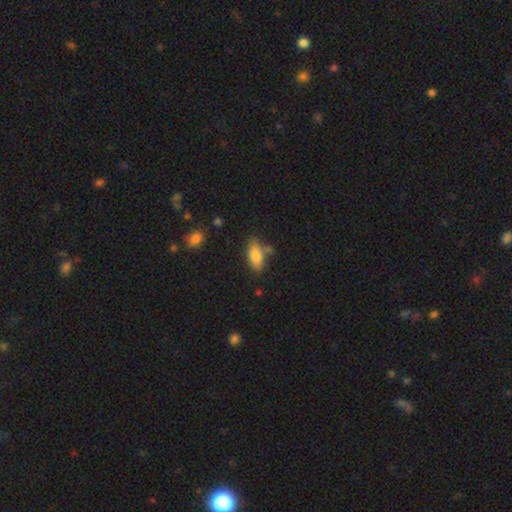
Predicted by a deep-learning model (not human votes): Smooth or featured?
  - smooth: 83% *
  - featured or disk: 10%
  - star or artifact: 8%
How rounded?
  - in between: 84% *
  - cigar-shaped: 13%
  - round: 3%
Merging?
  - none: 68% *
  - minor disturbance: 18%
  - merger: 9%
  - major disturbance: 5%